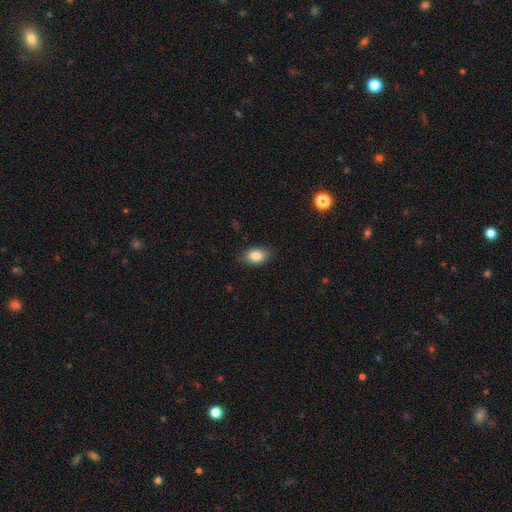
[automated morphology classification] type=smooth (86%); roundness=in between (90%); merging=none (87%).